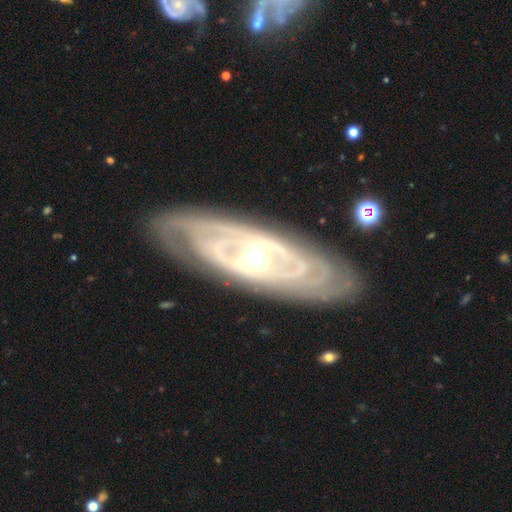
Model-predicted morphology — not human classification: Smooth or featured? Predicted: featured or disk (p=0.88). Edge-on disk? Predicted: no (p=0.82). Bar? Predicted: no (p=0.43). Spiral arms? Predicted: yes (p=0.90). Spiral winding? Predicted: tight (p=0.76). Spiral arm count? Predicted: can't tell (p=0.46). Bulge size? Predicted: moderate (p=0.53). Merging? Predicted: none (p=0.84).